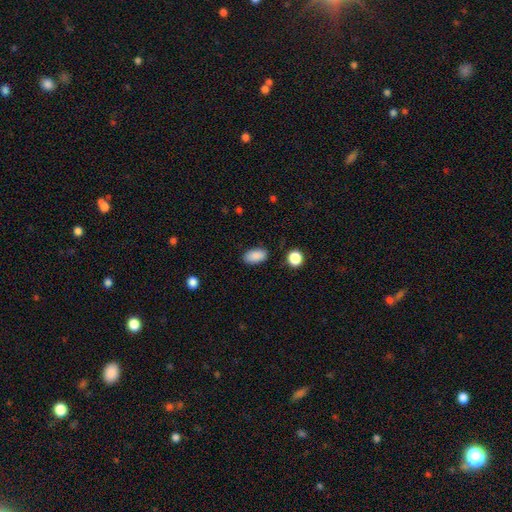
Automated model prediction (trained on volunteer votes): A smooth galaxy with no disk features (89%) that is in between round and cigar-shaped (92%). Merging: none (86%).